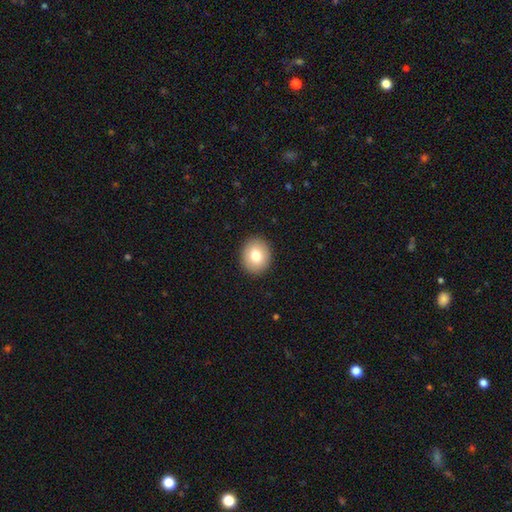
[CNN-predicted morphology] Smooth or featured? smooth (78%)
How rounded? round (72%)
Merging? none (92%)